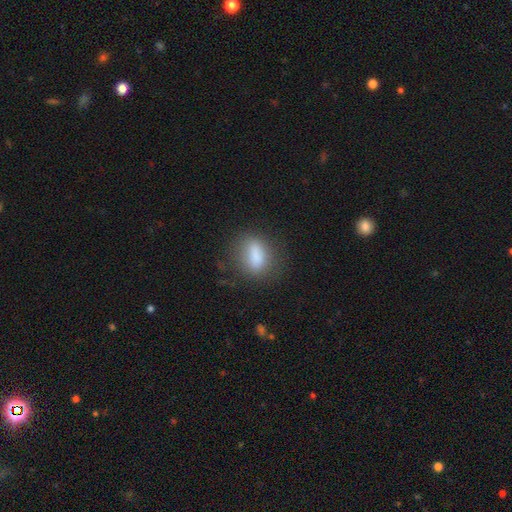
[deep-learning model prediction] smooth-or-featured: smooth: 77% | featured or disk: 14% | star or artifact: 10%
  how-rounded: in between: 69% | round: 21% | cigar-shaped: 10%
  merging: none: 69% | minor disturbance: 18% | major disturbance: 10% | merger: 3%